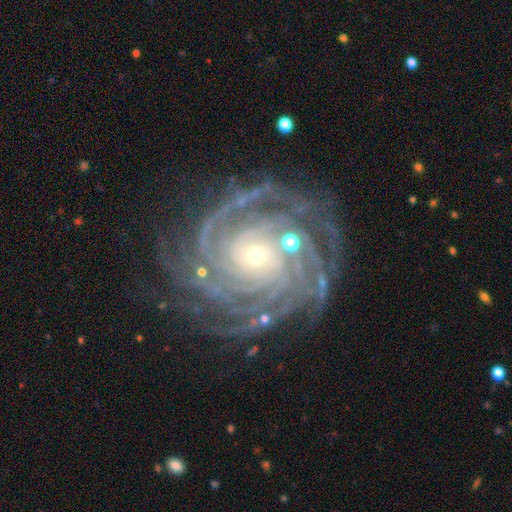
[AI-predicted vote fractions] A featured or disk galaxy (92%) with no bar (72%), more than 4 (35%) tight (83%) spiral arms (99%) and a small central bulge (71%).

Vote fractions:
- Smooth or featured? featured or disk: 92% / star or artifact: 5% / smooth: 3%
- Edge-on disk? no: 98% / yes: 2%
- Bar? no: 72% / weak: 18% / strong: 11%
- Spiral arms? yes: 99% / no: 1%
- Spiral winding? tight: 83% / medium: 15% / loose: 2%
- Spiral arm count? more than 4: 35% / 4: 24% / can't tell: 13% / 3: 12% / 2: 8% / 1: 7%
- Bulge size? small: 71% / moderate: 25% / large: 2% / none: 1% / dominant: 1%
- Merging? none: 79% / minor disturbance: 13% / major disturbance: 6% / merger: 2%